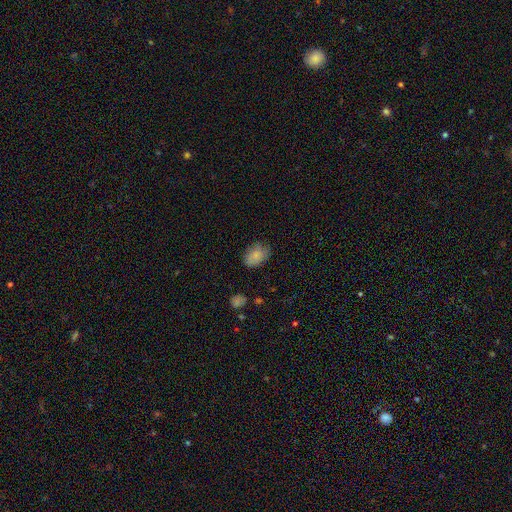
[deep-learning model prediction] This is clearly a smooth galaxy (83%). How rounded: clearly in between (81%). Merging: likely none (70%).